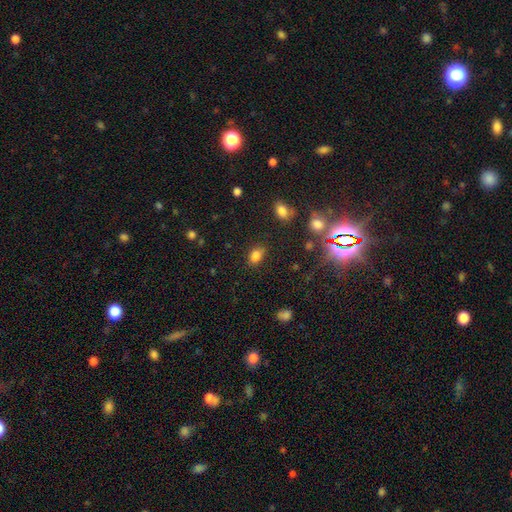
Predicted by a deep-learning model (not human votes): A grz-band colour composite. It shows a smooth galaxy with no disk features (81%) that is in between round and cigar-shaped (75%). Merging: none (77%).